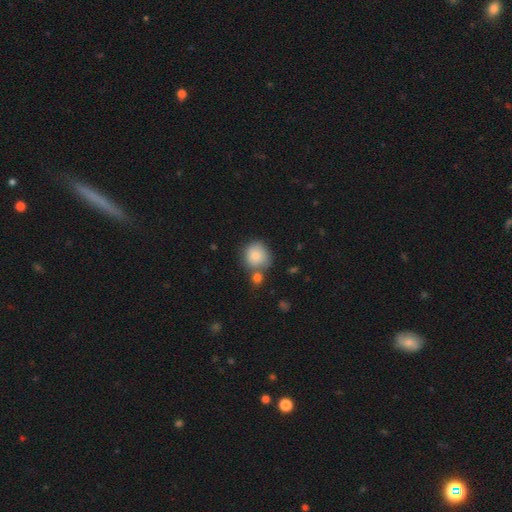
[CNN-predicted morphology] type=smooth (86%); roundness=round (87%); merging=none (56%).